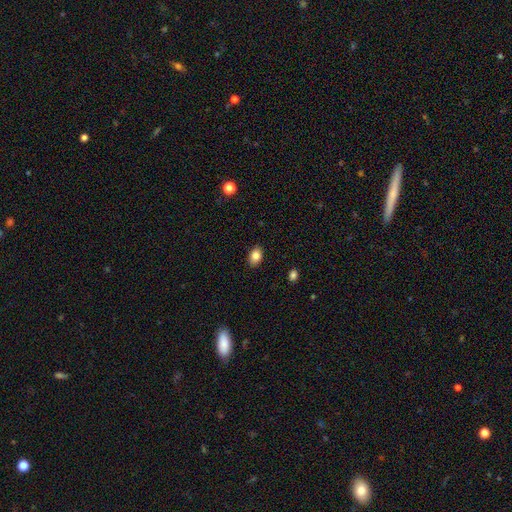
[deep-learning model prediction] Smooth or featured: smooth — 84% (star or artifact — 9%)
How rounded: in between — 82% (round — 17%)
Merging: none — 89% (minor disturbance — 8%)